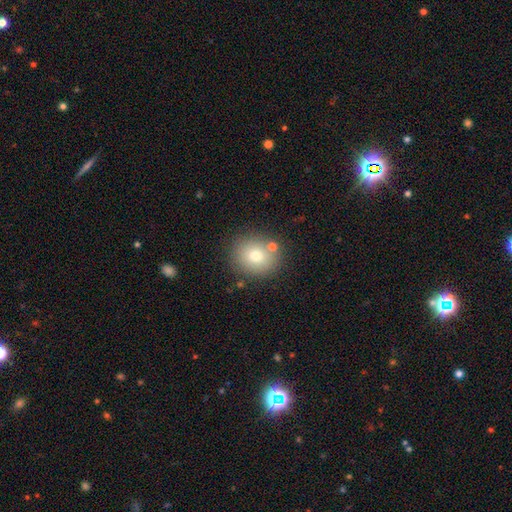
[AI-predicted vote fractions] smooth 74%, featured or disk 14%, star or artifact 13%. Down the decision tree: how rounded — round (78%); merging — none (80%).